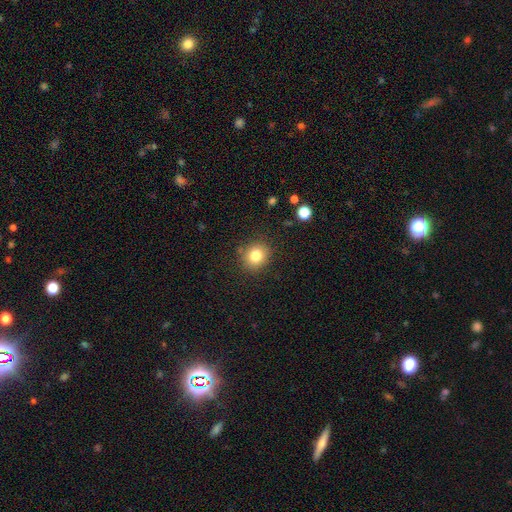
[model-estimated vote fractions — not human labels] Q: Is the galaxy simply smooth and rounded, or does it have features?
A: smooth — 81%.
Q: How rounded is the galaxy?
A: round — 82%.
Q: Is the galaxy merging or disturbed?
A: none — 86%.